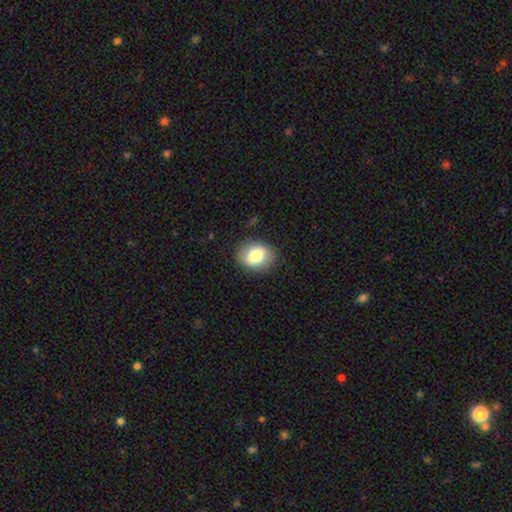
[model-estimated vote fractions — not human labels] Overall: smooth (78%). How rounded: in between (55%; round 44%). Merging: none (85%).